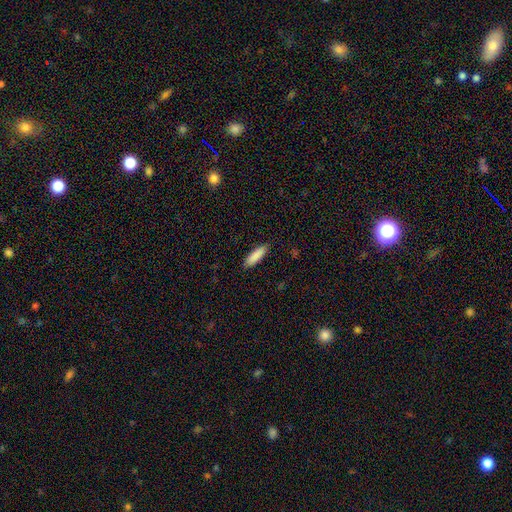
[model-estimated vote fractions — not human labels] Q: Smooth or featured?
A: smooth (88%); runner-up: featured or disk (6%)
Q: How rounded?
A: cigar-shaped (63%); runner-up: in between (35%)
Q: Merging?
A: none (88%); runner-up: minor disturbance (9%)